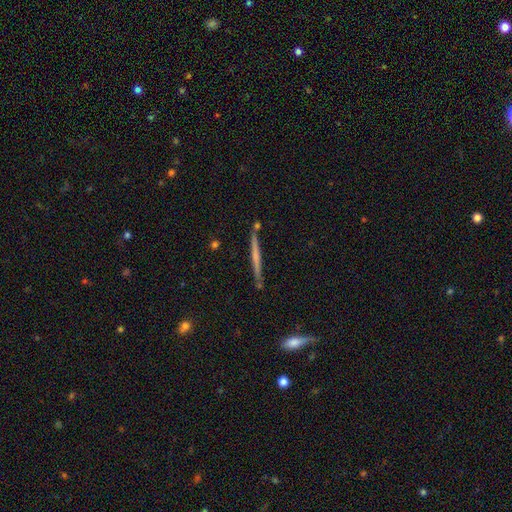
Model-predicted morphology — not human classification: A featured or disk galaxy (53%) viewed edge-on (97%) with no central bulge (72%).

Vote fractions:
- Smooth or featured? featured or disk: 53% / smooth: 41% / star or artifact: 6%
- Edge-on disk? yes: 97% / no: 3%
- Edge-on bulge? none: 72% / rounded: 20% / boxy: 8%
- Merging? none: 83% / minor disturbance: 10% / merger: 5% / major disturbance: 2%